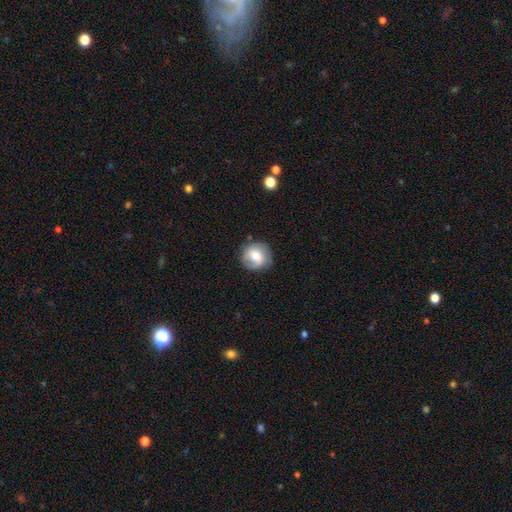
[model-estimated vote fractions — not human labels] Q: Smooth or featured?
A: smooth (56%); runner-up: featured or disk (36%)
Q: How rounded?
A: round (88%); runner-up: in between (11%)
Q: Merging?
A: none (76%); runner-up: minor disturbance (17%)